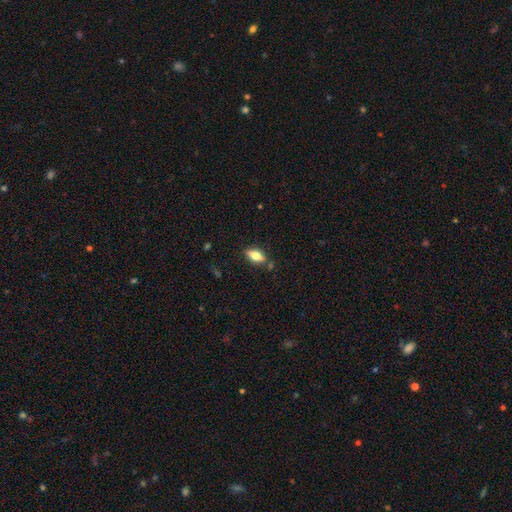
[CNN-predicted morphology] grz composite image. It shows a smooth galaxy with no disk features (64%) that is in between round and cigar-shaped (79%). Merging: none (78%).